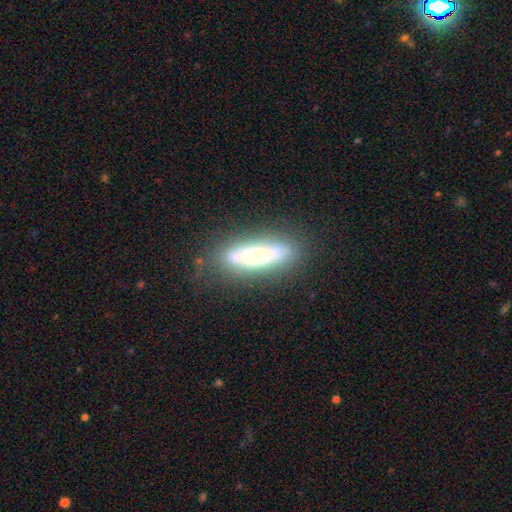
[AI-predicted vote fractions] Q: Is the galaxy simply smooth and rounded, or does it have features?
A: smooth — 47%.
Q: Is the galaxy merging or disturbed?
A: none — 77%.